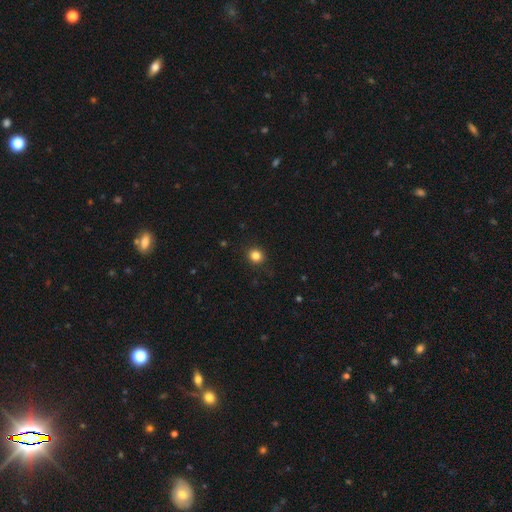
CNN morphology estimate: Q: Smooth or featured?
A: smooth (84%); runner-up: star or artifact (12%)
Q: How rounded?
A: round (89%); runner-up: in between (10%)
Q: Merging?
A: none (91%); runner-up: minor disturbance (6%)